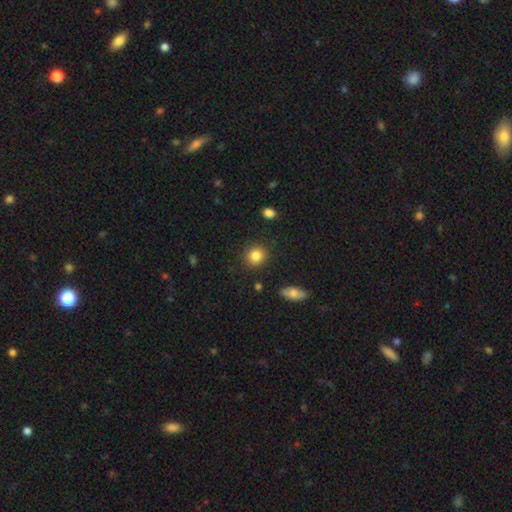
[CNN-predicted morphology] Q: Smooth or featured?
A: smooth (85%); runner-up: star or artifact (9%)
Q: How rounded?
A: round (84%); runner-up: in between (15%)
Q: Merging?
A: none (87%); runner-up: minor disturbance (8%)